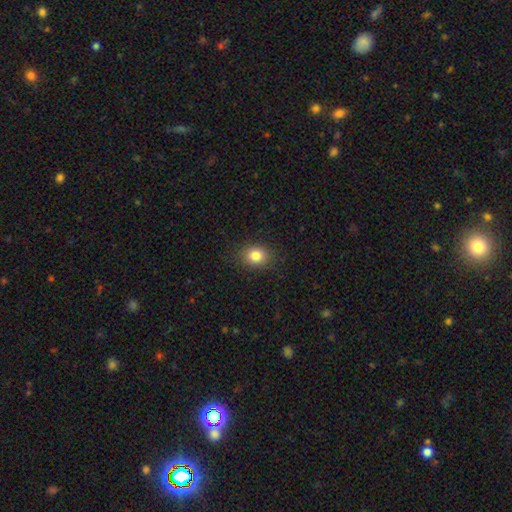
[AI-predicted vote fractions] smooth-or-featured: smooth: 83% | star or artifact: 11% | featured or disk: 7%
  how-rounded: round: 55% | in between: 44% | cigar-shaped: 1%
  merging: none: 87% | minor disturbance: 10% | major disturbance: 3% | merger: 1%